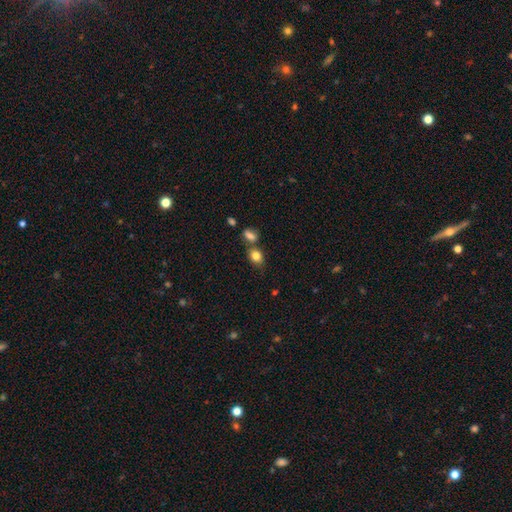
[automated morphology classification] Smooth or featured: smooth — 81% (star or artifact — 11%)
How rounded: in between — 61% (round — 38%)
Merging: none — 57% (merger — 26%)